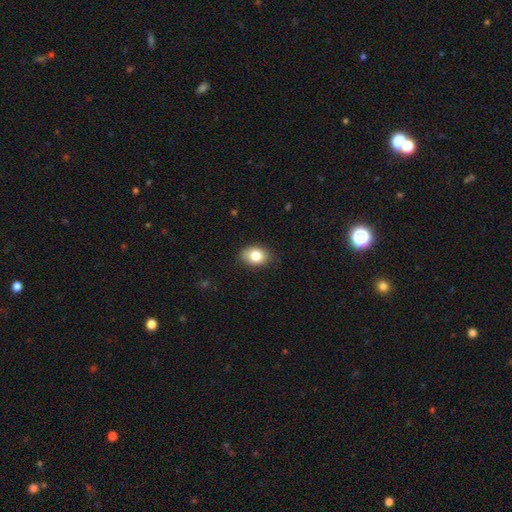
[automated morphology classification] This is clearly a smooth galaxy (82%). How rounded: likely in between (77%). Merging: clearly none (84%).